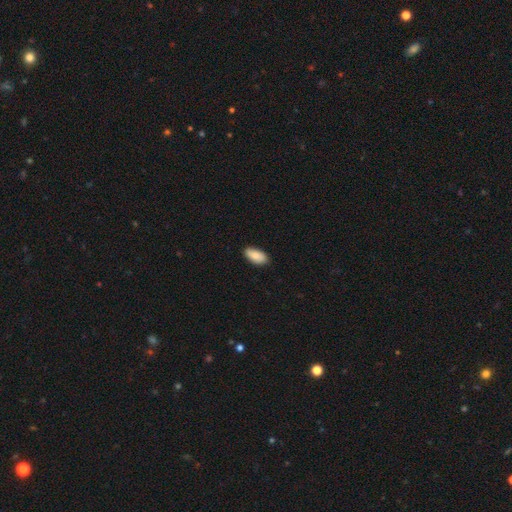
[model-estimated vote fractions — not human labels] smooth_or_featured: smooth (p=0.83) [alt: featured or disk p=0.11]
how_rounded: in between (p=0.93) [alt: cigar-shaped p=0.04]
merging: none (p=0.84) [alt: minor disturbance p=0.13]